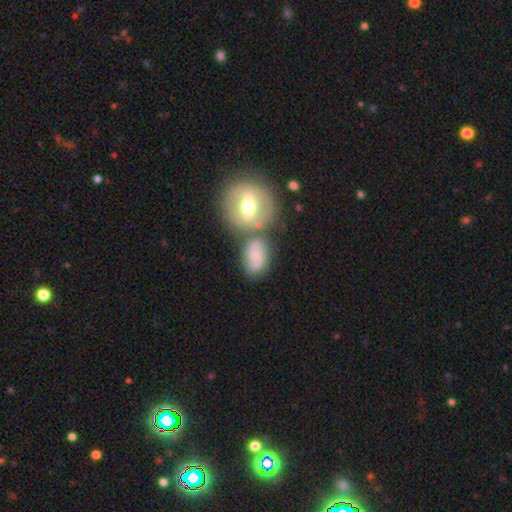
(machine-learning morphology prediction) This appears to be a smooth galaxy with no disk features (48%). Merging: none (40%).